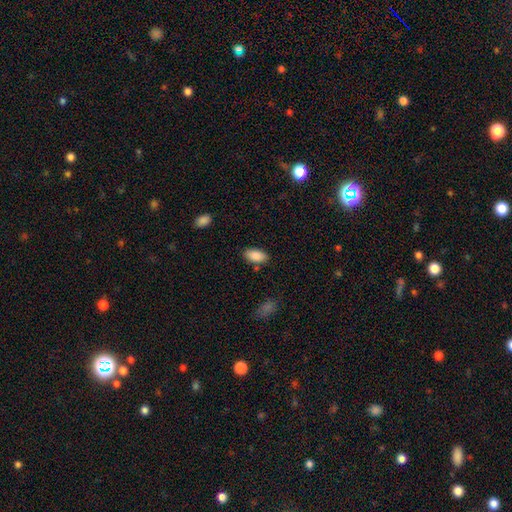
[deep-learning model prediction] A smooth galaxy with no disk features (88%) that is in between round and cigar-shaped (94%).

Vote fractions:
- Smooth or featured? smooth: 88% / star or artifact: 7% / featured or disk: 5%
- How rounded? in between: 94% / cigar-shaped: 4% / round: 3%
- Merging? none: 83% / minor disturbance: 11% / merger: 3% / major disturbance: 3%